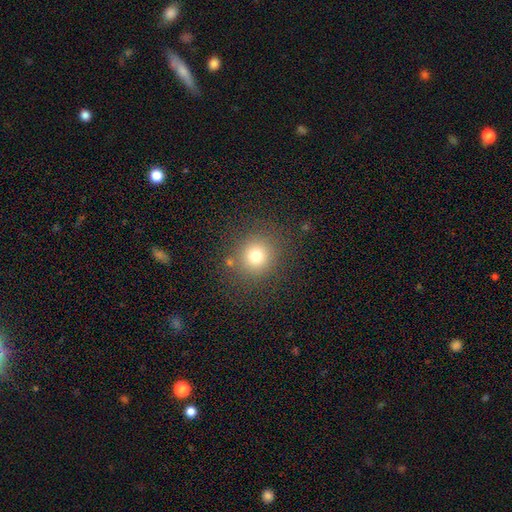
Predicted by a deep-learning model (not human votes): Morphology: type=smooth (74%); roundness=round (90%); merging=none (85%).